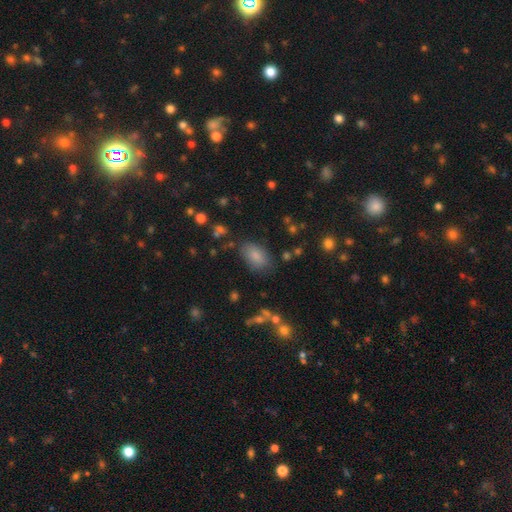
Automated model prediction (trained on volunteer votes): This appears to be a smooth galaxy with no disk features (84%) that is in between round and cigar-shaped (91%). Merging: none (77%).